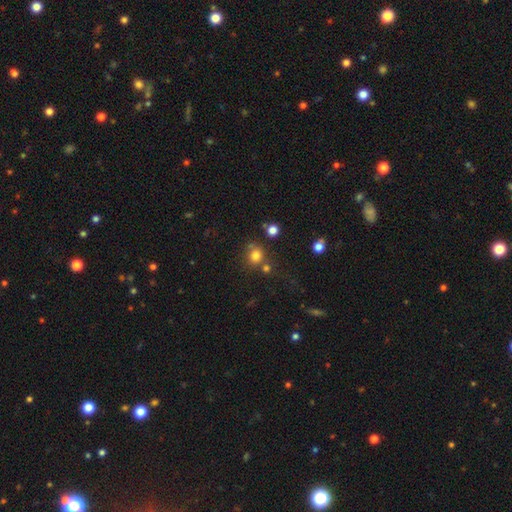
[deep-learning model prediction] smooth-or-featured: smooth: 78% | star or artifact: 16% | featured or disk: 7%
  how-rounded: round: 83% | in between: 16% | cigar-shaped: 1%
  merging: none: 67% | merger: 16% | minor disturbance: 12% | major disturbance: 5%